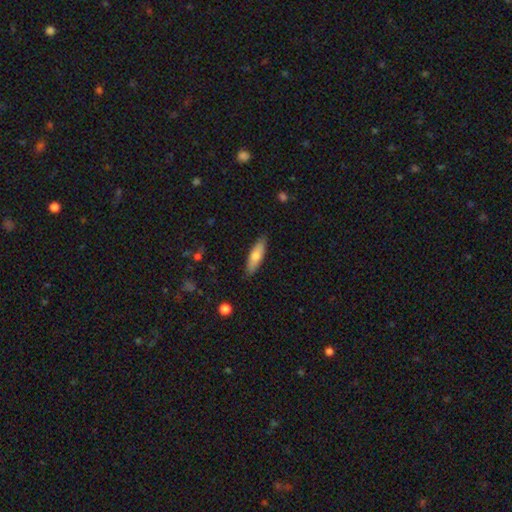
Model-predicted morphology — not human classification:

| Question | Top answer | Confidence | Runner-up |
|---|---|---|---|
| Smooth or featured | smooth | 71% | featured or disk (23%) |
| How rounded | cigar-shaped | 53% | in between (45%) |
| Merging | none | 87% | minor disturbance (10%) |